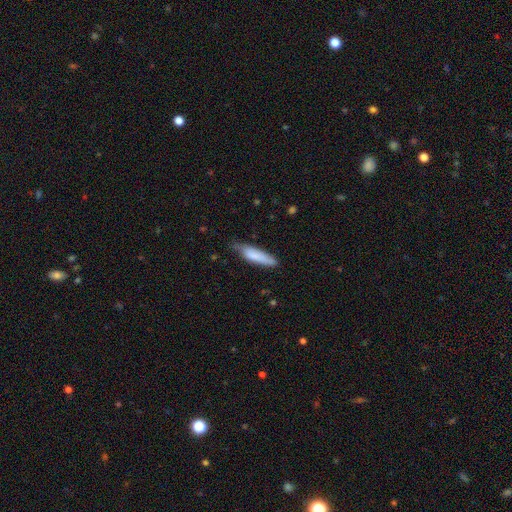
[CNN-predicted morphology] Smooth or featured? smooth (78%)
How rounded? cigar-shaped (71%)
Merging? none (58%)